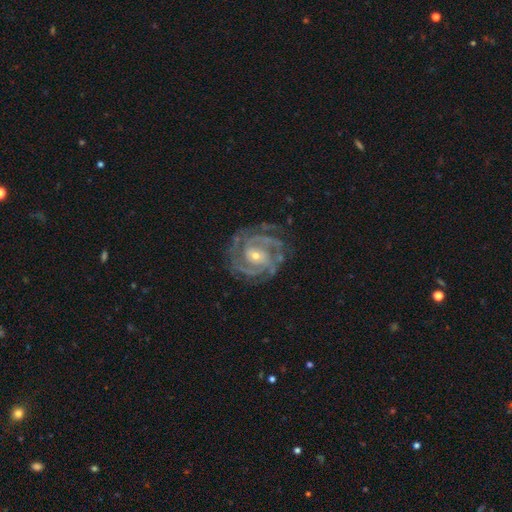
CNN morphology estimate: Q: Smooth or featured?
A: featured or disk (91%); runner-up: star or artifact (5%)
Q: Edge-on disk?
A: no (98%); runner-up: yes (2%)
Q: Bar?
A: no (55%); runner-up: weak (31%)
Q: Spiral arms?
A: yes (98%); runner-up: no (2%)
Q: Spiral winding?
A: tight (68%); runner-up: medium (28%)
Q: Spiral arm count?
A: 3 (31%); runner-up: 2 (27%)
Q: Bulge size?
A: small (63%); runner-up: moderate (34%)
Q: Merging?
A: none (75%); runner-up: minor disturbance (16%)